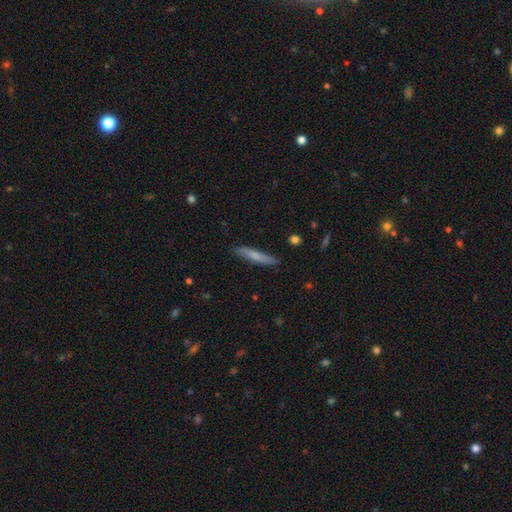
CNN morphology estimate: Smooth or featured? smooth (66%)
How rounded? cigar-shaped (93%)
Merging? none (84%)